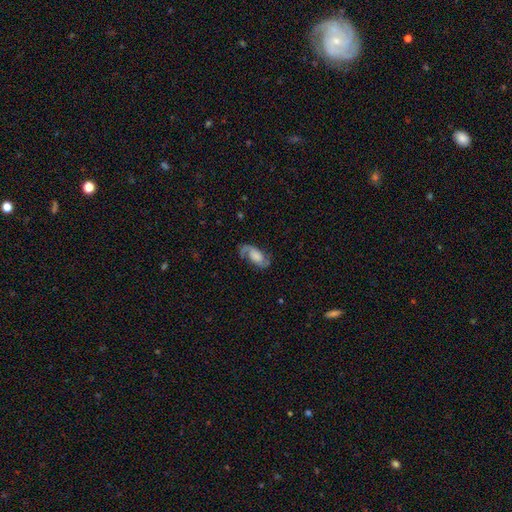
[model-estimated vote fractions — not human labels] This appears to be a featured or disk galaxy (76%) with no bar (58%), 2 (85%) medium (45%) spiral arms (94%) and a large central bulge (33%). Merging: none (68%).